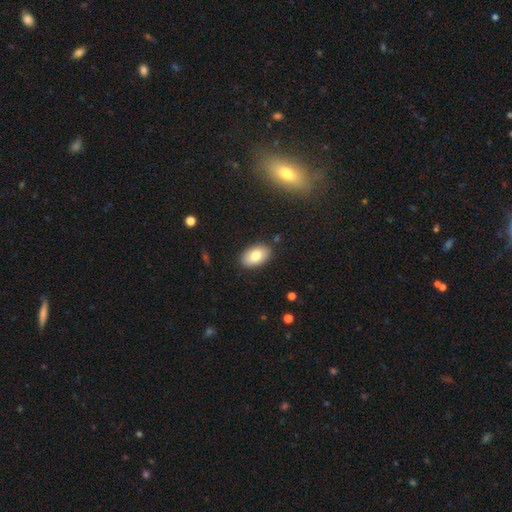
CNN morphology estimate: Smooth or featured? Predicted: smooth (p=0.79). How rounded? Predicted: in between (p=0.93). Merging? Predicted: none (p=0.87).